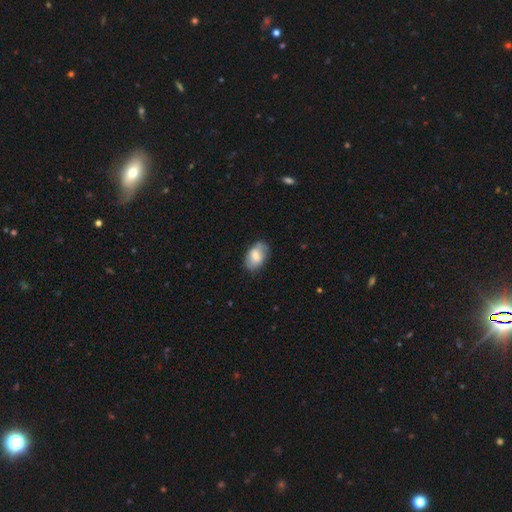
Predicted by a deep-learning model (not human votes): Morphology: type=smooth (72%); roundness=in between (90%); merging=none (71%).